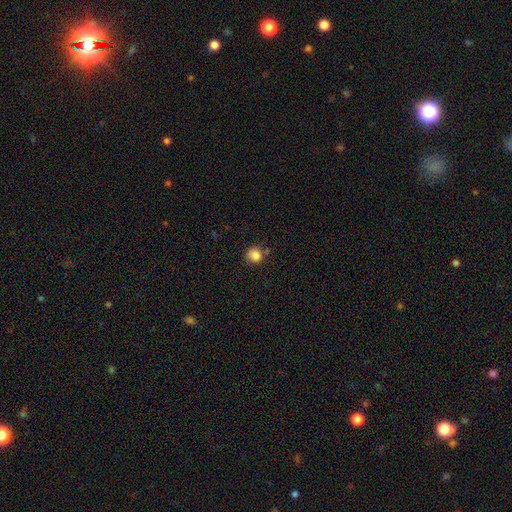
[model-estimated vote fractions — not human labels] Smooth or featured?
  - smooth: 83% *
  - star or artifact: 11%
  - featured or disk: 6%
How rounded?
  - round: 84% *
  - in between: 15%
  - cigar-shaped: 1%
Merging?
  - none: 68% *
  - minor disturbance: 19%
  - merger: 9%
  - major disturbance: 5%